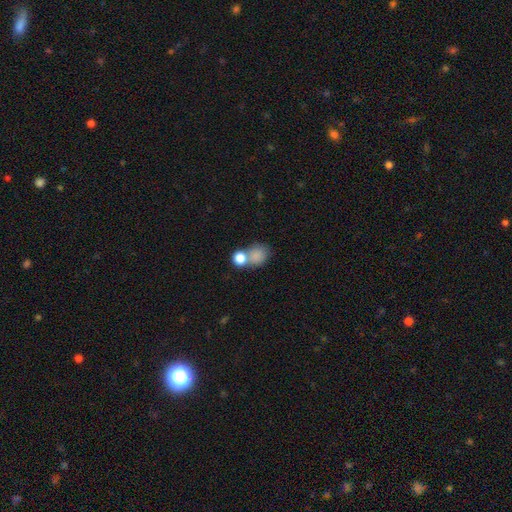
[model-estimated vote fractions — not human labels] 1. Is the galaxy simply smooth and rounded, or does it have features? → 82% smooth, 11% star or artifact, 8% featured or disk.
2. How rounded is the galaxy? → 65% round, 34% in between, 1% cigar-shaped.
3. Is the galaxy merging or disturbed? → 42% merger, 41% none, 12% minor disturbance, 6% major disturbance.